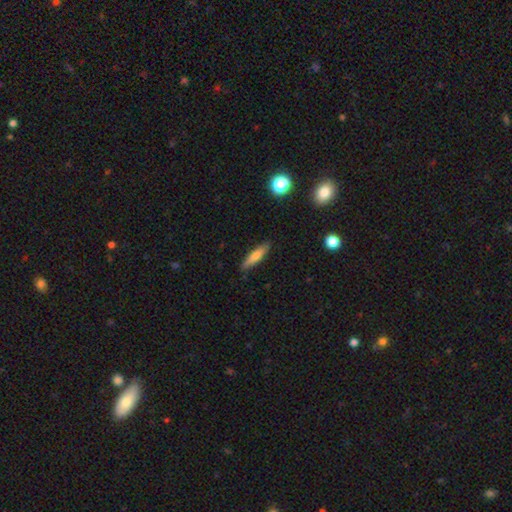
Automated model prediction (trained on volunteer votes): smooth_or_featured: smooth (p=0.66) [alt: featured or disk p=0.27]
how_rounded: cigar-shaped (p=0.75) [alt: in between p=0.23]
merging: none (p=0.87) [alt: minor disturbance p=0.10]